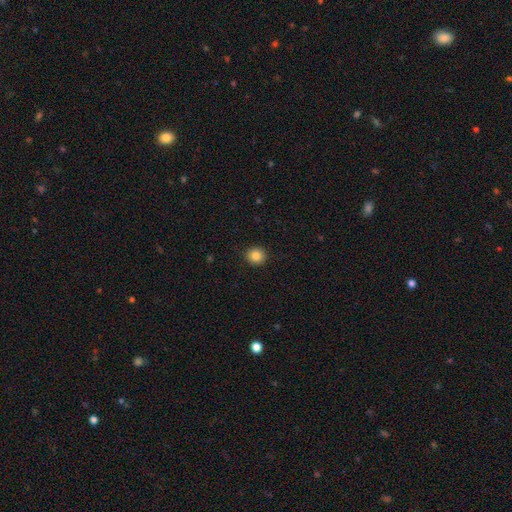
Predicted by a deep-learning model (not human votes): Smooth or featured? smooth (85%)
How rounded? round (89%)
Merging? none (91%)